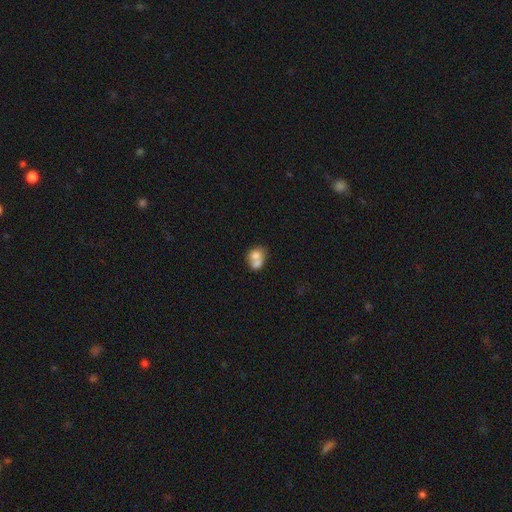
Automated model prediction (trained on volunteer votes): Smooth or featured?
  - smooth: 69% *
  - featured or disk: 22%
  - star or artifact: 9%
How rounded?
  - round: 51% *
  - in between: 48%
  - cigar-shaped: 1%
Merging?
  - merger: 66% *
  - none: 21%
  - minor disturbance: 8%
  - major disturbance: 5%